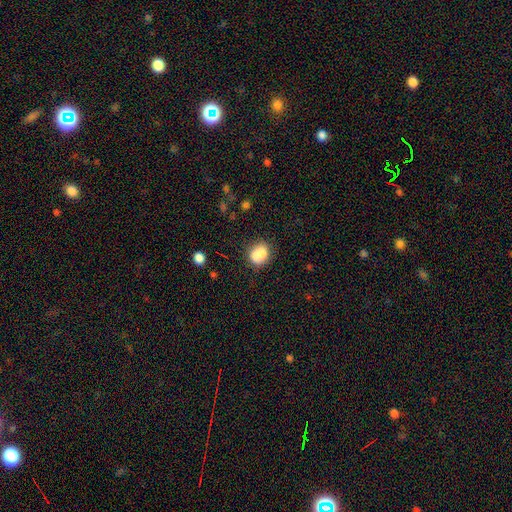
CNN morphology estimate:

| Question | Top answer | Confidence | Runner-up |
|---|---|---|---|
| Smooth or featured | smooth | 74% | featured or disk (17%) |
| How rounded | round | 61% | in between (38%) |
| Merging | merger | 41% | none (40%) |